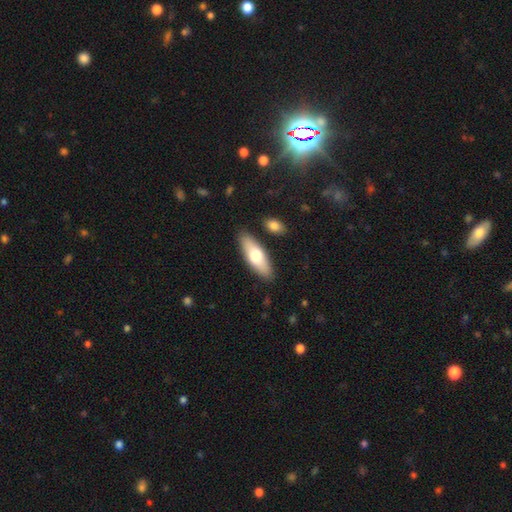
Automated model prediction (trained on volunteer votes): Morphology: type=smooth (66%); roundness=in between (62%); merging=none (86%).